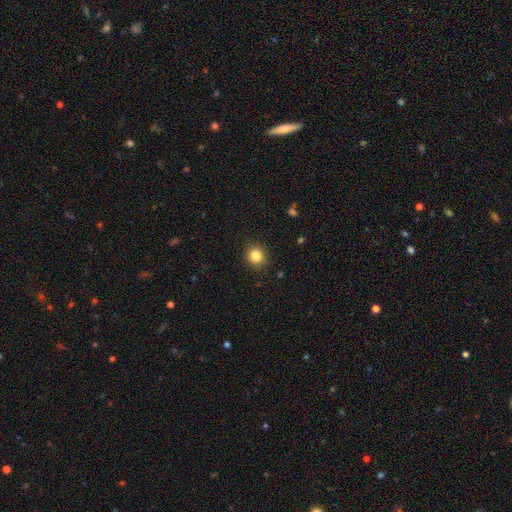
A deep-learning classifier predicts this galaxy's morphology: A smooth galaxy with no disk features (84%) that is round (87%).

Vote fractions:
- Smooth or featured? smooth: 84% / star or artifact: 11% / featured or disk: 5%
- How rounded? round: 87% / in between: 12% / cigar-shaped: 1%
- Merging? none: 90% / minor disturbance: 7% / major disturbance: 2% / merger: 1%